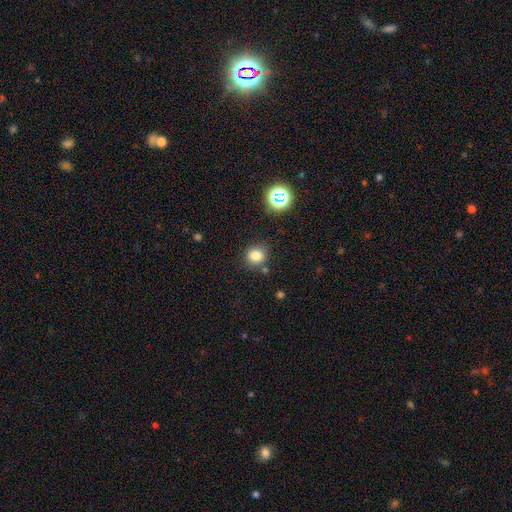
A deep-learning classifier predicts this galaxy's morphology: smooth-or-featured: smooth: 79% | star or artifact: 15% | featured or disk: 6%
  how-rounded: round: 78% | in between: 21% | cigar-shaped: 1%
  merging: none: 79% | minor disturbance: 12% | merger: 6% | major disturbance: 4%